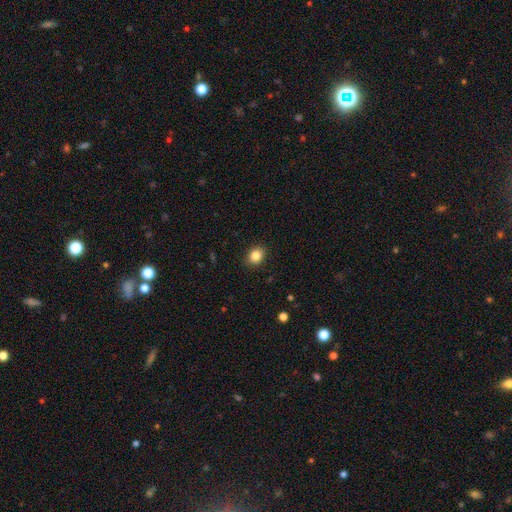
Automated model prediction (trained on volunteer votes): This appears to be a smooth galaxy with no disk features (86%) that is round (52%). Merging: none (89%).